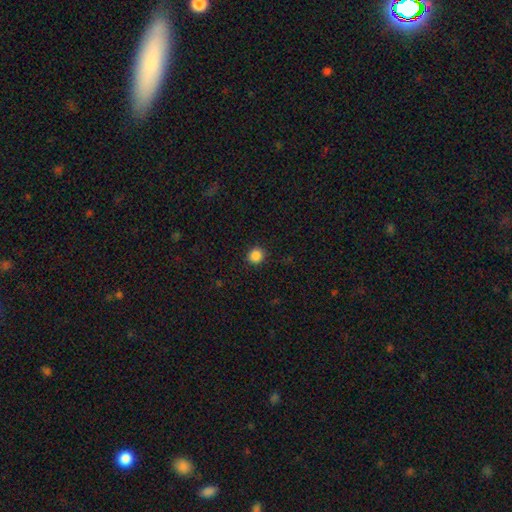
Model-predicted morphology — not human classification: Q: Smooth or featured?
A: smooth (87%); runner-up: star or artifact (11%)
Q: How rounded?
A: round (91%); runner-up: in between (8%)
Q: Merging?
A: none (91%); runner-up: minor disturbance (6%)